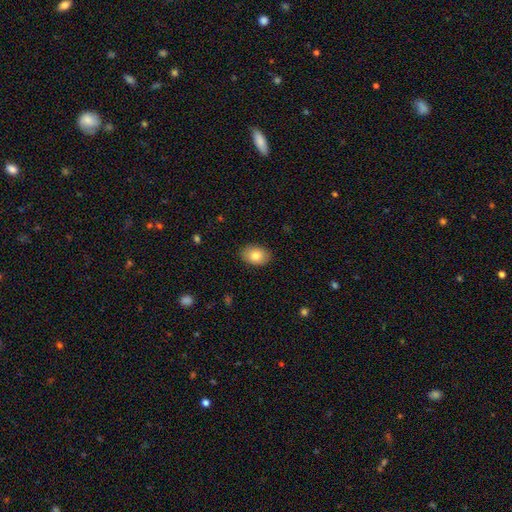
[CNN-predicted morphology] The model was most divided on "how rounded": in between: 80%, round: 19%, cigar-shaped: 1%. More confident: merging — none (88%); smooth or featured — smooth (83%).